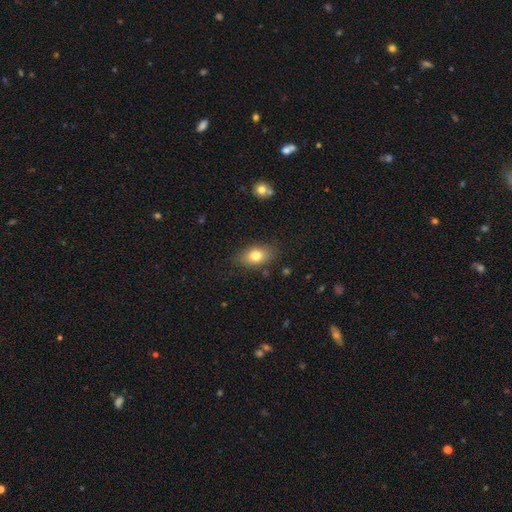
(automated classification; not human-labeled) Smooth or featured? Predicted: smooth (p=0.78). How rounded? Predicted: in between (p=0.84). Merging? Predicted: none (p=0.83).